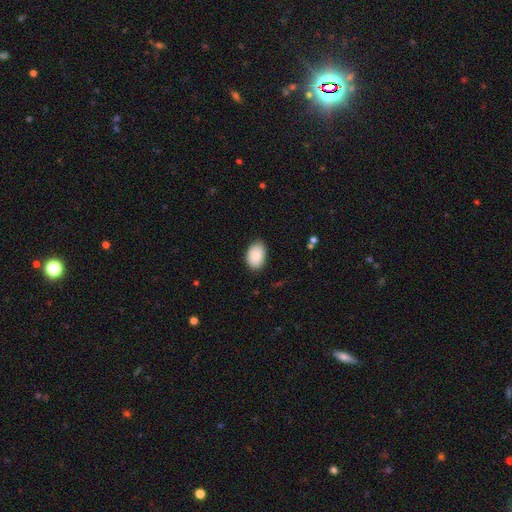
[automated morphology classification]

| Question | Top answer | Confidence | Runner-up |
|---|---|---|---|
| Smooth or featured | smooth | 89% | star or artifact (6%) |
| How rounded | in between | 90% | round (9%) |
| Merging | none | 83% | minor disturbance (14%) |